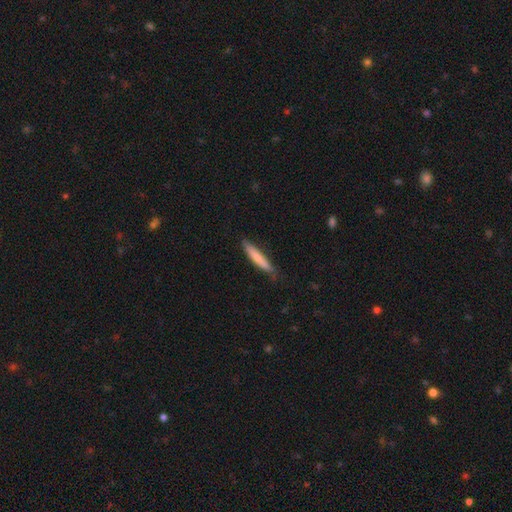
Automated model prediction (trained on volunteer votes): Overall: smooth (73%). How rounded: cigar-shaped (94%). Merging: none (82%).